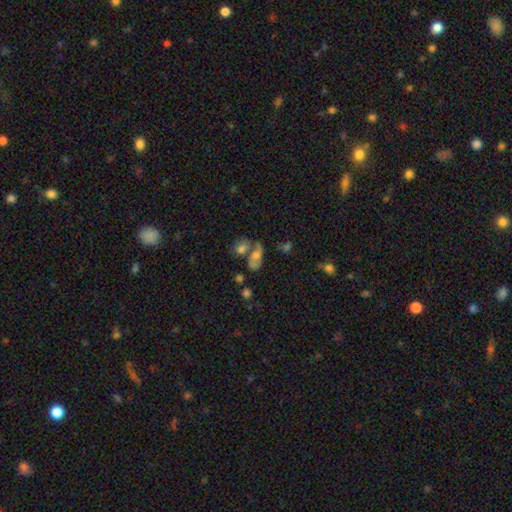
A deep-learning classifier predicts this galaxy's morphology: Q: Smooth or featured?
A: smooth (52%); runner-up: featured or disk (35%)
Q: How rounded?
A: in between (77%); runner-up: round (18%)
Q: Merging?
A: merger (44%); runner-up: none (29%)